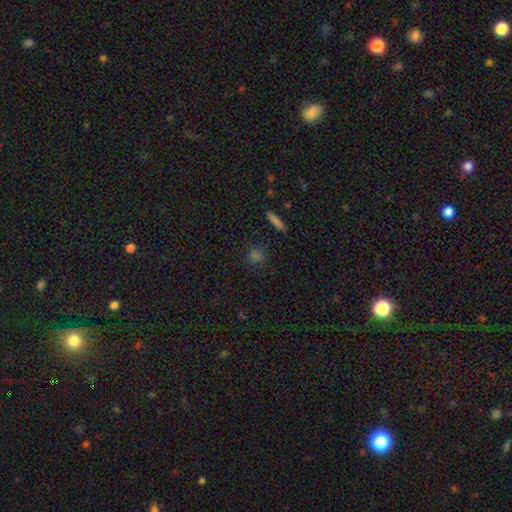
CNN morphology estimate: smooth-or-featured: smooth: 63% | star or artifact: 29% | featured or disk: 8%
  how-rounded: round: 79% | in between: 15% | cigar-shaped: 6%
  merging: none: 85% | minor disturbance: 10% | major disturbance: 3% | merger: 2%